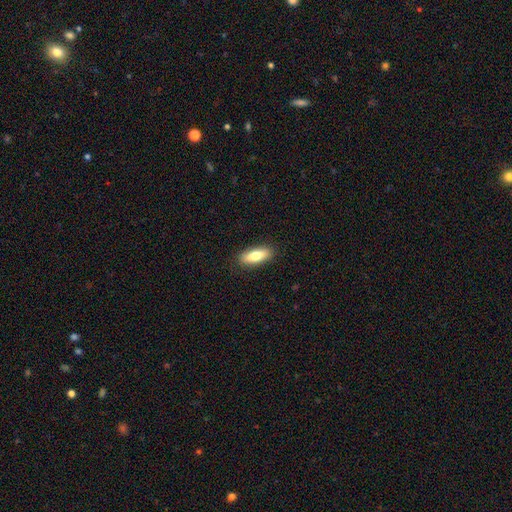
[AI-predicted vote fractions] This appears to be a smooth galaxy with no disk features (74%) that is in between round and cigar-shaped (70%). Merging: none (89%).